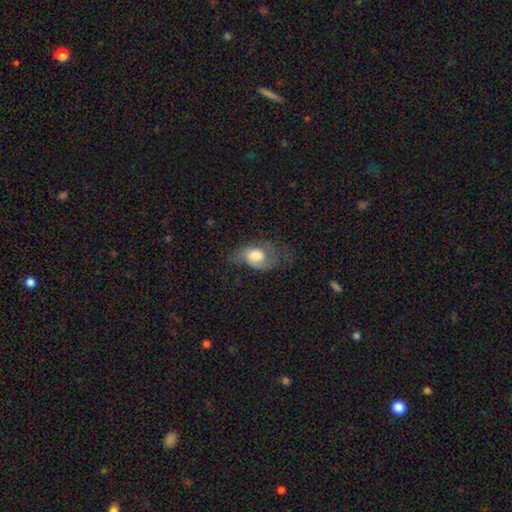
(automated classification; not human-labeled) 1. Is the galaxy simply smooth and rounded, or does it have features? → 47% smooth, 46% featured or disk, 7% star or artifact.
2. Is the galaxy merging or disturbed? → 36% none, 35% major disturbance, 27% minor disturbance, 2% merger.